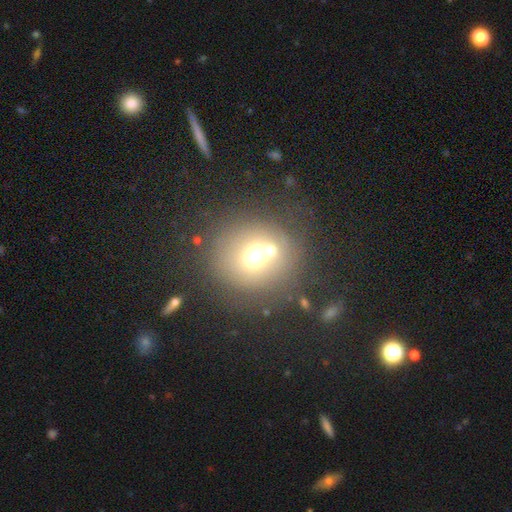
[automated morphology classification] A smooth galaxy with no disk features (63%) that is round (88%).

Vote fractions:
- Smooth or featured? smooth: 63% / featured or disk: 20% / star or artifact: 17%
- How rounded? round: 88% / in between: 12% / cigar-shaped: 1%
- Merging? none: 55% / merger: 29% / minor disturbance: 10% / major disturbance: 6%